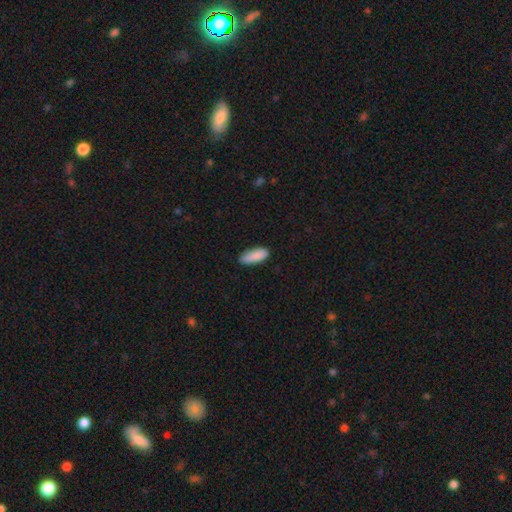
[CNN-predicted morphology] This is clearly a smooth galaxy (89%). How rounded: likely in between (69%). Merging: clearly none (83%).